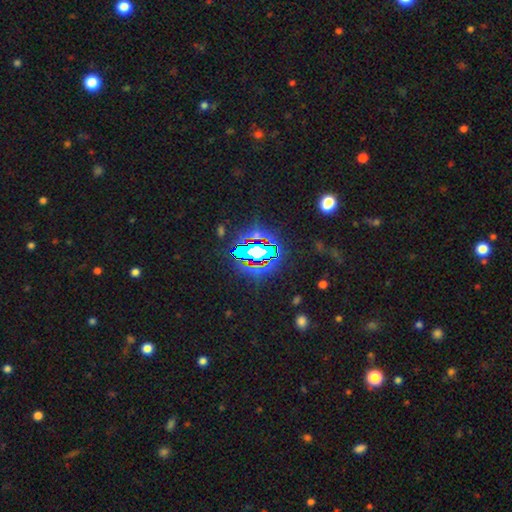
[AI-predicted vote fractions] smooth_or_featured: star or artifact (p=0.73) [alt: smooth p=0.15]